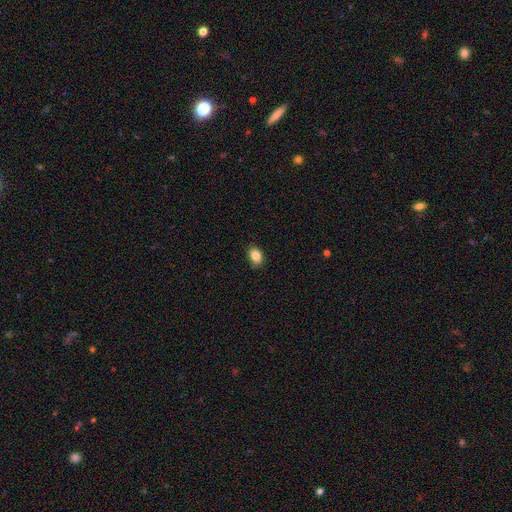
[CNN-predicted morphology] smooth-or-featured: smooth: 85% | star or artifact: 9% | featured or disk: 6%
  how-rounded: in between: 72% | round: 27% | cigar-shaped: 1%
  merging: none: 86% | minor disturbance: 11% | major disturbance: 2% | merger: 1%